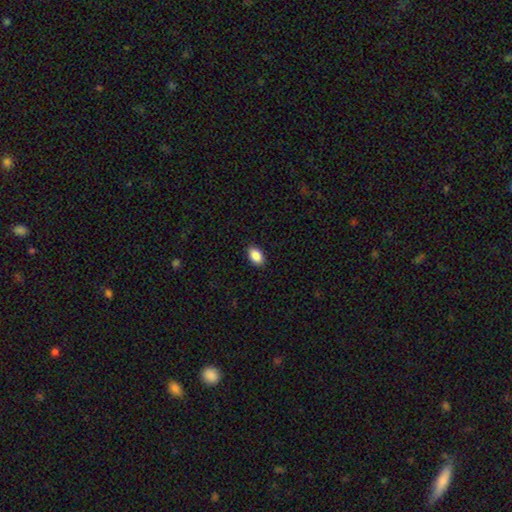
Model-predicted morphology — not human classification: smooth 89%, star or artifact 7%, featured or disk 4%. Down the decision tree: how rounded — in between (91%); merging — none (90%).